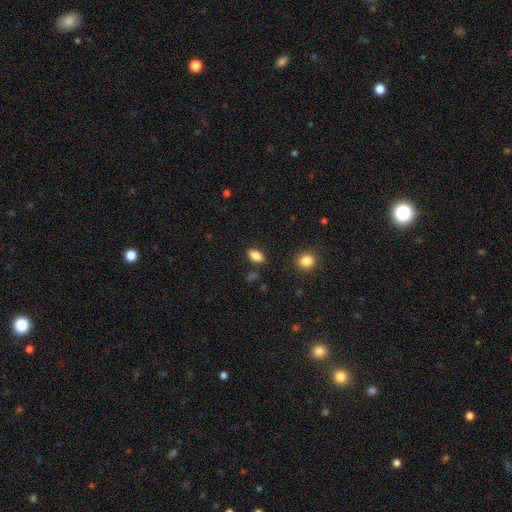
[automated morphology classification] type=smooth (84%); roundness=in between (89%); merging=none (85%).